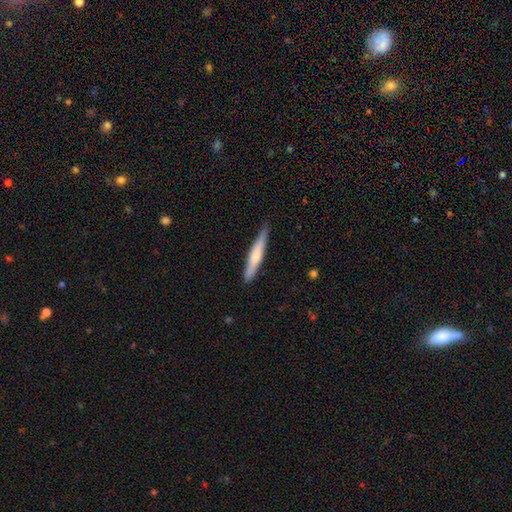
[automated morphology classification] Smooth or featured?
  - smooth: 54% *
  - featured or disk: 41%
  - star or artifact: 5%
How rounded?
  - cigar-shaped: 93% *
  - in between: 6%
  - round: 1%
Merging?
  - none: 85% *
  - minor disturbance: 12%
  - major disturbance: 2%
  - merger: 1%